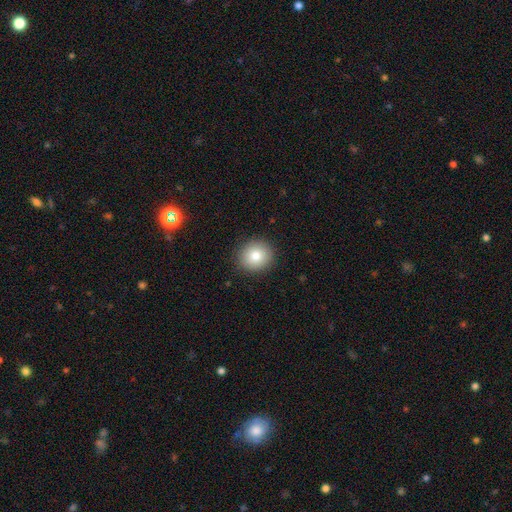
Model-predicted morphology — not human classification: Smooth or featured? Predicted: smooth (p=0.81). How rounded? Predicted: round (p=0.85). Merging? Predicted: none (p=0.90).